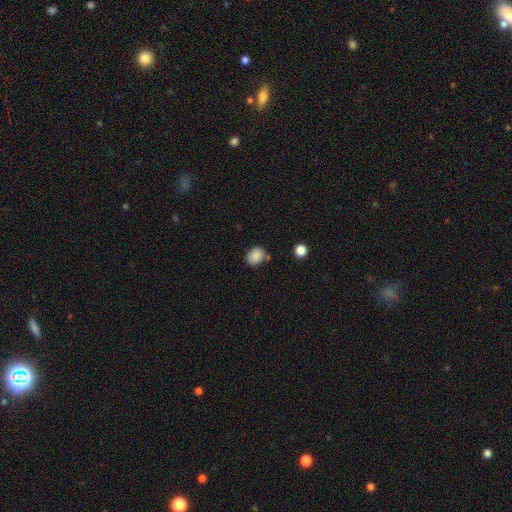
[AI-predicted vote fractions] Morphology: type=smooth (87%); roundness=in between (58%); merging=none (75%).